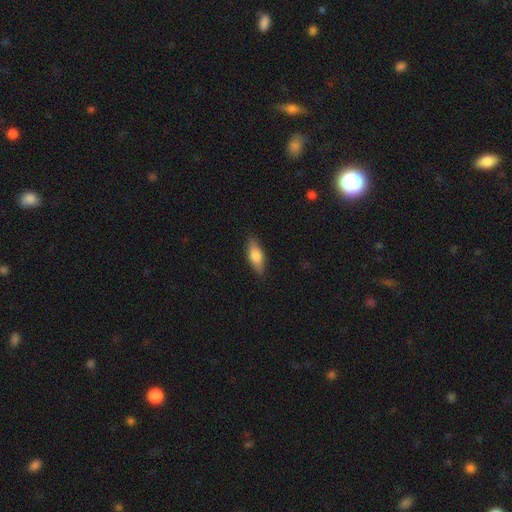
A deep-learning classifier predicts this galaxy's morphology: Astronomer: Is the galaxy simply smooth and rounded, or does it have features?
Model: smooth — 73%.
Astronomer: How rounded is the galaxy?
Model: in between — 71%.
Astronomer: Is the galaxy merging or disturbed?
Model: none — 87%.